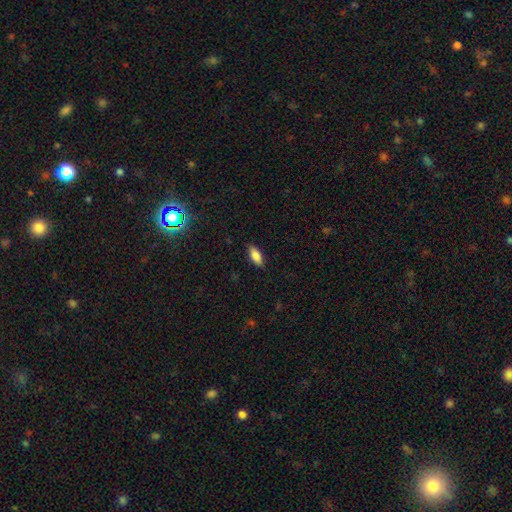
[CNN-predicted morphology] The model was most divided on "how rounded": in between: 82%, cigar-shaped: 16%, round: 2%. More confident: merging — none (86%); smooth or featured — smooth (83%).